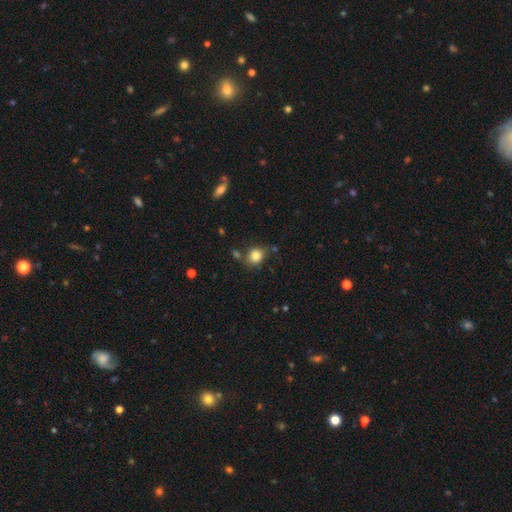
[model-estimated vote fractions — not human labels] Smooth or featured? Predicted: smooth (p=0.84). How rounded? Predicted: round (p=0.70). Merging? Predicted: none (p=0.74).